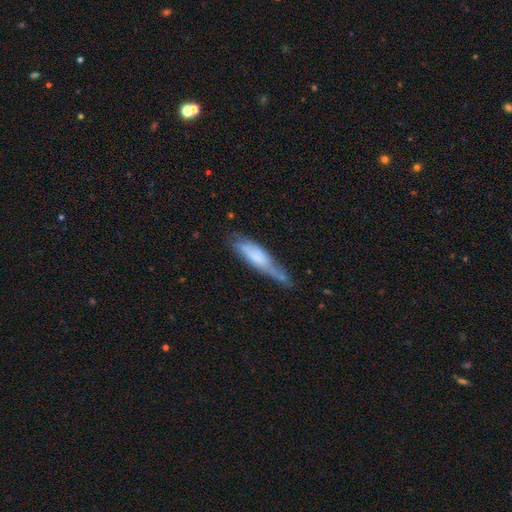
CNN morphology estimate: The model was most divided on "merging": none: 45%, minor disturbance: 36%, major disturbance: 15%, merger: 5%. More confident: how rounded — cigar-shaped (75%); smooth or featured — smooth (51%).